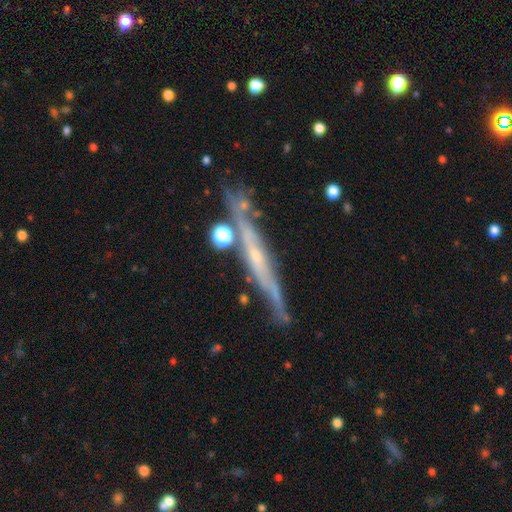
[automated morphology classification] Smooth or featured? featured or disk (75%)
Edge-on disk? yes (91%)
Edge-on bulge? none (48%)
Merging? none (72%)